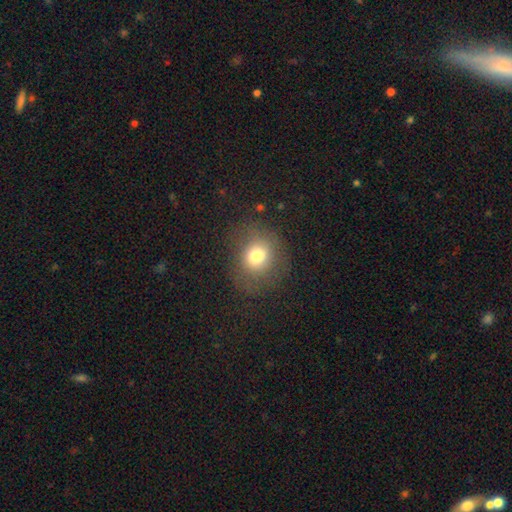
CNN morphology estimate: A smooth galaxy with no disk features (73%) that is round (70%).

Vote fractions:
- Smooth or featured? smooth: 73% / star or artifact: 14% / featured or disk: 13%
- How rounded? round: 70% / in between: 29% / cigar-shaped: 1%
- Merging? none: 74% / minor disturbance: 15% / major disturbance: 10% / merger: 2%